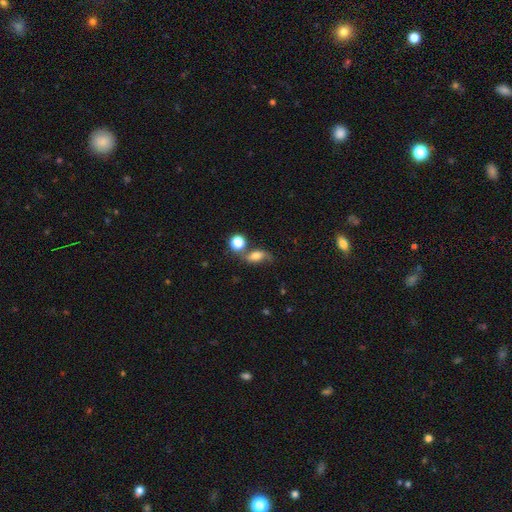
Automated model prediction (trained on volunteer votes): Smooth or featured? smooth (49%)
Merging? none (48%)